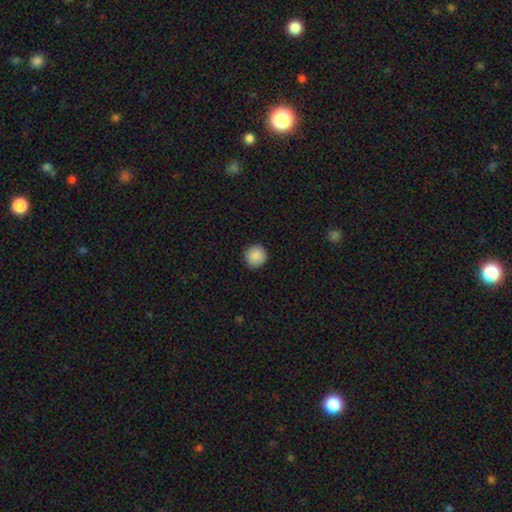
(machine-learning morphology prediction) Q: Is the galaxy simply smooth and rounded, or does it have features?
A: smooth — 89%.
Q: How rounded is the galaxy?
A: round — 95%.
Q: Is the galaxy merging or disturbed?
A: none — 92%.